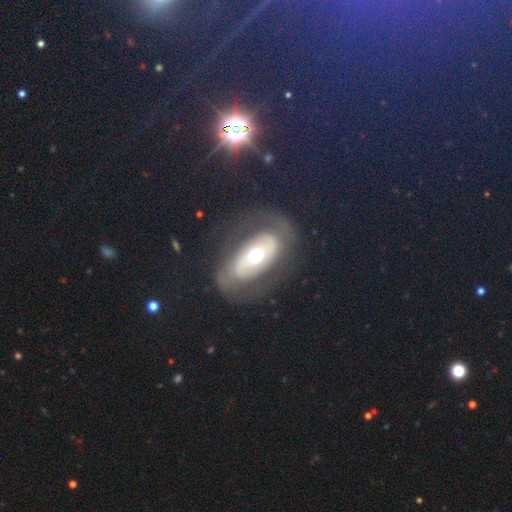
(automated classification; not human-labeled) smooth_or_featured: featured or disk (p=0.67) [alt: smooth p=0.26]
disk_edge_on: no (p=0.92) [alt: yes p=0.08]
bar: no (p=0.65) [alt: strong p=0.18]
has_spiral_arms: no (p=0.52) [alt: yes p=0.48]
bulge_size: moderate (p=0.63) [alt: large p=0.23]
merging: none (p=0.74) [alt: major disturbance p=0.13]